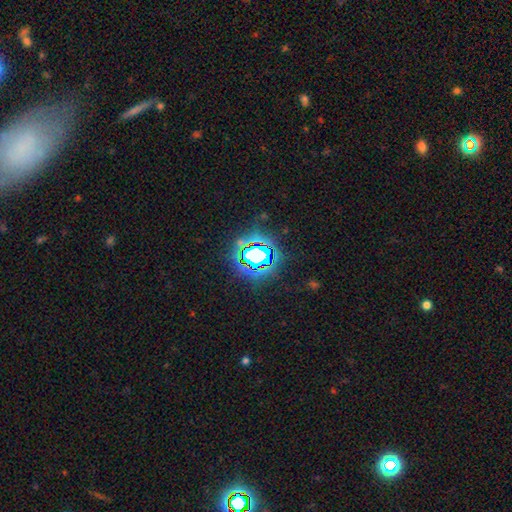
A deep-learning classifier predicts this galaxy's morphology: Smooth or featured? Predicted: star or artifact (p=0.71).